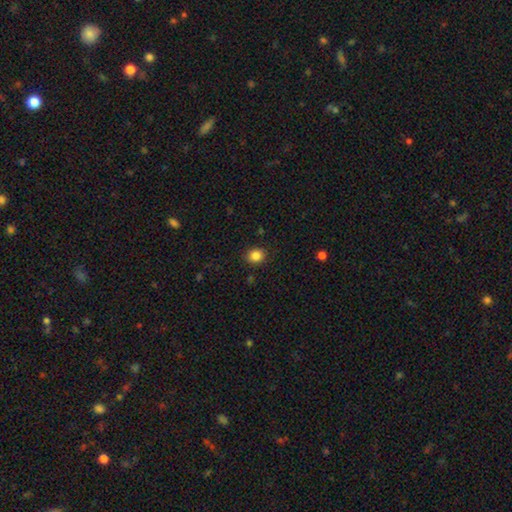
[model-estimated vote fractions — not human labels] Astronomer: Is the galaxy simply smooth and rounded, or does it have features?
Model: smooth — 85%.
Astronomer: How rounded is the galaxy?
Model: round — 72%.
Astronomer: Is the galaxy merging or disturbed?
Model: none — 87%.